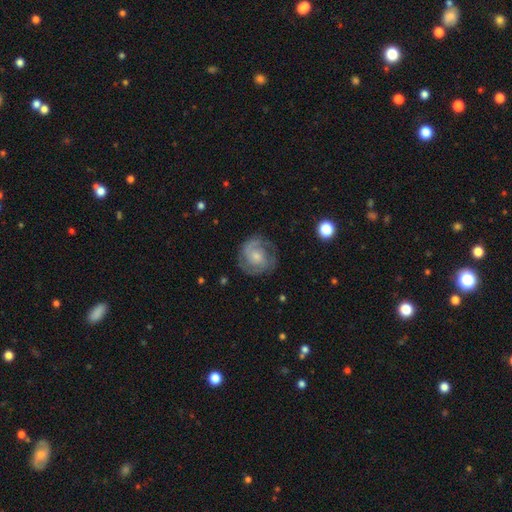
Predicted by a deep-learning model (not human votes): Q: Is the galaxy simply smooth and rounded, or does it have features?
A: featured or disk — 74%.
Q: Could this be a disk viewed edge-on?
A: no — 98%.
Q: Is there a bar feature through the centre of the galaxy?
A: no — 65%.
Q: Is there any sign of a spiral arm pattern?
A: yes — 91%.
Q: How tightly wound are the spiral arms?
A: tight — 49%.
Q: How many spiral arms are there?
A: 2 — 57%.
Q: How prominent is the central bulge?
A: small — 49%.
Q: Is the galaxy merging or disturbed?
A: none — 74%.